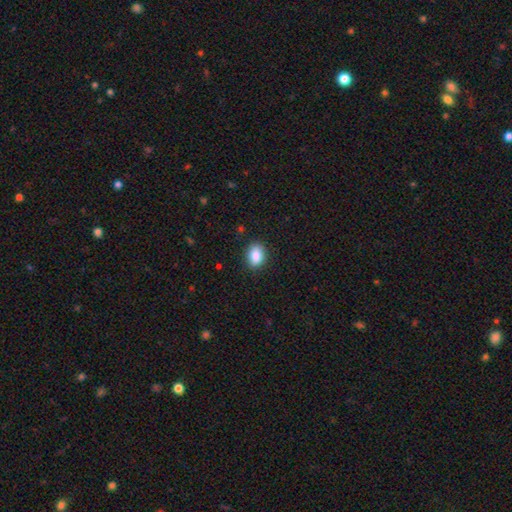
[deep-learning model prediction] A smooth galaxy with no disk features (88%) that is in between round and cigar-shaped (80%). Merging: none (88%).